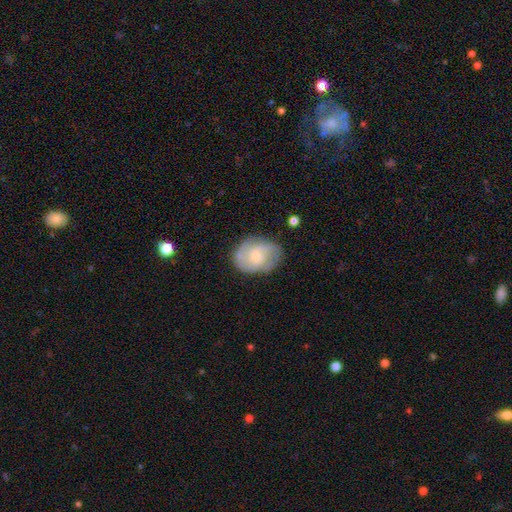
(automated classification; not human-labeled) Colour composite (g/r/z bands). It shows a featured or disk galaxy (63%) with no bar (65%), 2 (47%) medium (44%) spiral arms (87%) and a small central bulge (69%). Merging: none (72%).